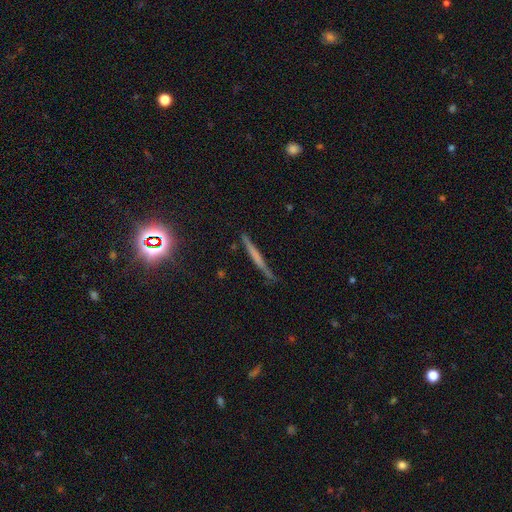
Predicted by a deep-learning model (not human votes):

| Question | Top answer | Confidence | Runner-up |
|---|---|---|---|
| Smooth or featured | featured or disk | 45% | smooth (42%) |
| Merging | none | 84% | minor disturbance (12%) |